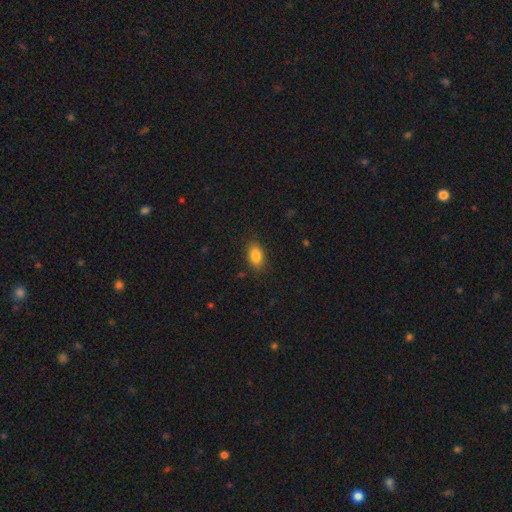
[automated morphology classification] smooth 85%, star or artifact 8%, featured or disk 7%. Down the decision tree: how rounded — in between (87%); merging — none (85%).